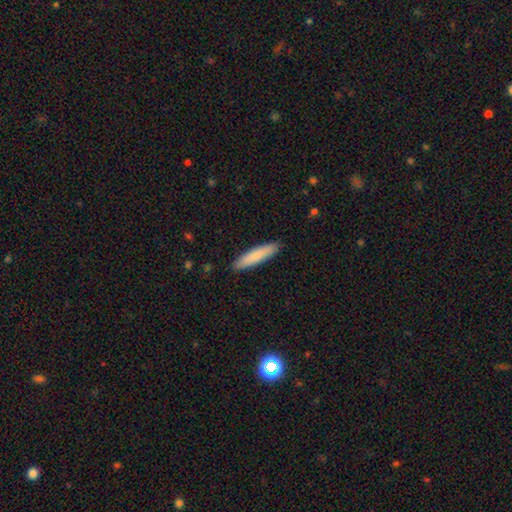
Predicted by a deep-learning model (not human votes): Overall: smooth (80%). How rounded: cigar-shaped (85%). Merging: none (90%).